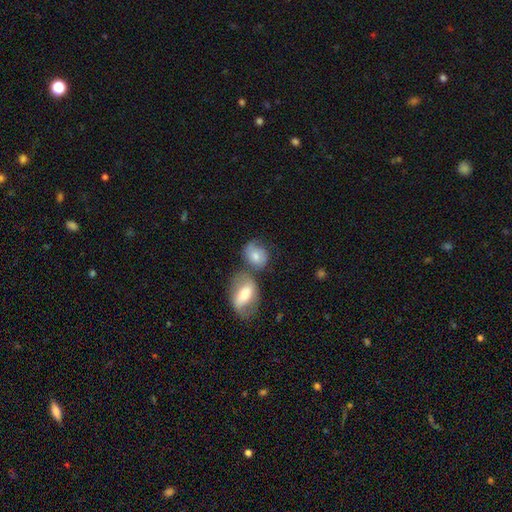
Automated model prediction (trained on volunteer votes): Smooth or featured? Predicted: smooth (p=0.55). How rounded? Predicted: round (p=0.50). Merging? Predicted: merger (p=0.40).